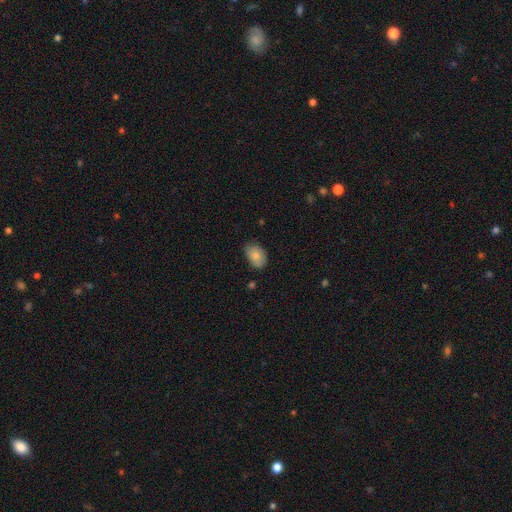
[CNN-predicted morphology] Smooth or featured?
  - smooth: 82% *
  - featured or disk: 11%
  - star or artifact: 7%
How rounded?
  - in between: 86% *
  - round: 13%
  - cigar-shaped: 1%
Merging?
  - none: 69% *
  - minor disturbance: 25%
  - major disturbance: 4%
  - merger: 2%